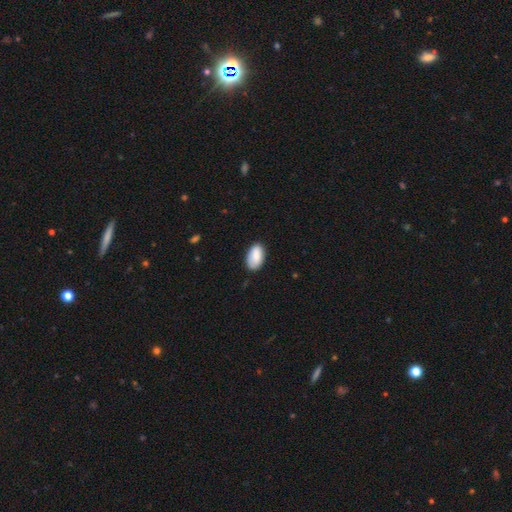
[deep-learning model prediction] Morphology: type=smooth (86%); roundness=in between (95%); merging=none (79%).